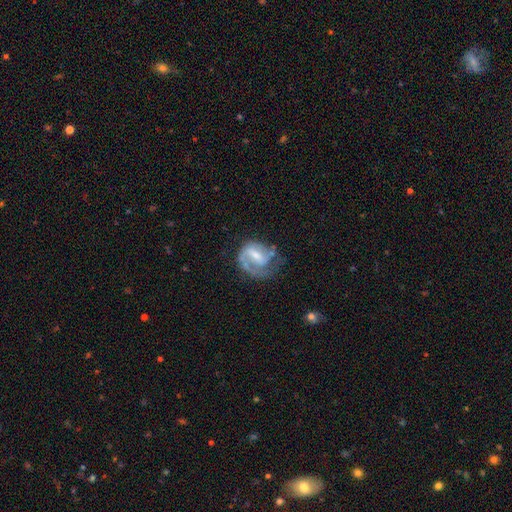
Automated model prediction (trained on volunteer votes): Smooth or featured?
  - featured or disk: 77% *
  - smooth: 17%
  - star or artifact: 6%
Edge-on disk?
  - no: 97% *
  - yes: 3%
Bar?
  - weak: 51% *
  - strong: 29%
  - no: 20%
Spiral arms?
  - yes: 89% *
  - no: 11%
Spiral winding?
  - medium: 42% *
  - tight: 39%
  - loose: 19%
Spiral arm count?
  - 1: 48% *
  - 2: 38%
  - can't tell: 10%
  - 3: 2%
  - 4: 1%
  - more than 4: 1%
Bulge size?
  - small: 43% *
  - moderate: 38%
  - none: 13%
  - large: 6%
  - dominant: 1%
Merging?
  - none: 49% *
  - major disturbance: 25%
  - minor disturbance: 23%
  - merger: 3%